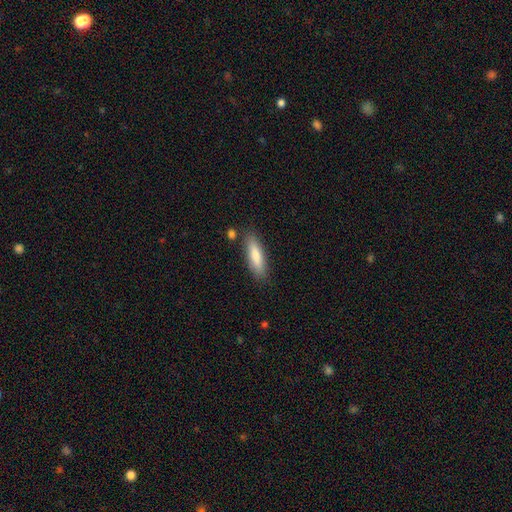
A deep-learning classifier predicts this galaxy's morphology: Smooth or featured? smooth (82%)
How rounded? cigar-shaped (65%)
Merging? none (82%)